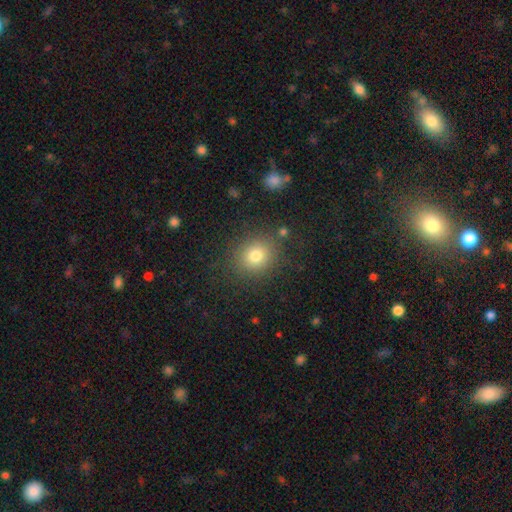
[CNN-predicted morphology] Overall: smooth (78%). How rounded: round (77%). Merging: none (85%).